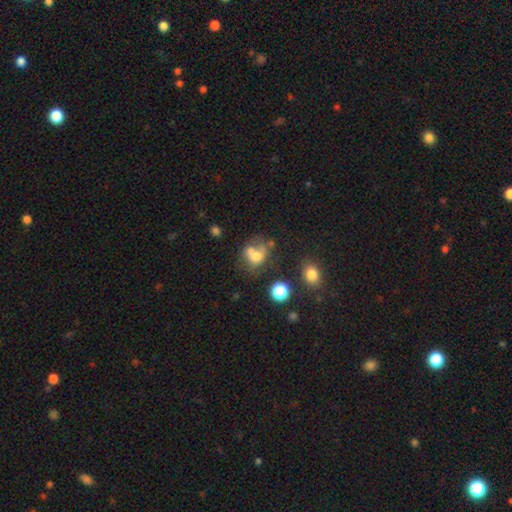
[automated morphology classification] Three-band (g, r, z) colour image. It shows a smooth galaxy with no disk features (60%) that is round (54%). Merging: merger (42%).